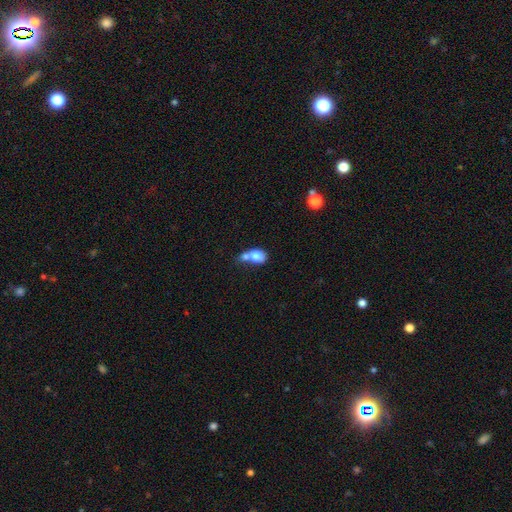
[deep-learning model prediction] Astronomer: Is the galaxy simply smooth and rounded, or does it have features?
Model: smooth — 74%.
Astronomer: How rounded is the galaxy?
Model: in between — 60% (runner-up: round, 38%).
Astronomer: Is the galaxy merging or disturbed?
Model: merger — 64%.